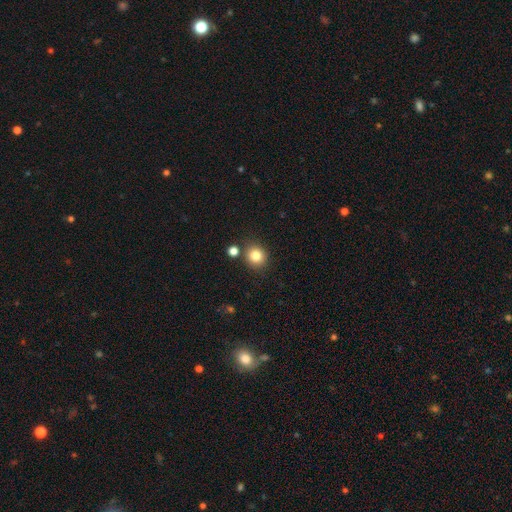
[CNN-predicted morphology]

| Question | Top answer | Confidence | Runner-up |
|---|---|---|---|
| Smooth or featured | smooth | 82% | star or artifact (12%) |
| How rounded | round | 84% | in between (15%) |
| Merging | none | 81% | minor disturbance (9%) |